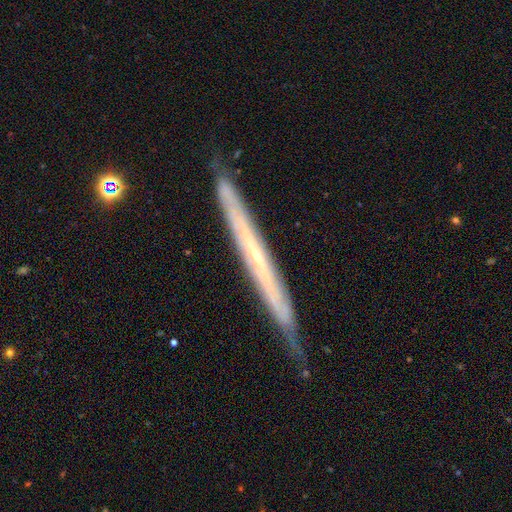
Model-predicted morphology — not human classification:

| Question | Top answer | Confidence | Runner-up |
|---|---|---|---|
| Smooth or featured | featured or disk | 72% | smooth (22%) |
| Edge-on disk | yes | 92% | no (8%) |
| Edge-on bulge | none | 62% | rounded (35%) |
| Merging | none | 78% | minor disturbance (18%) |